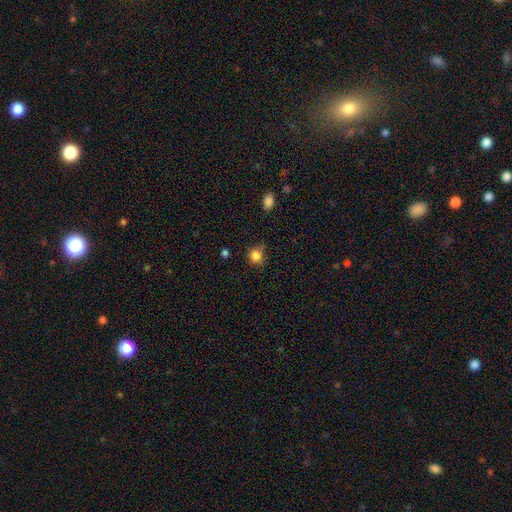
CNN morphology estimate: smooth-or-featured: smooth: 83% | star or artifact: 12% | featured or disk: 5%
  how-rounded: round: 80% | in between: 19% | cigar-shaped: 1%
  merging: none: 63% | minor disturbance: 26% | major disturbance: 7% | merger: 4%